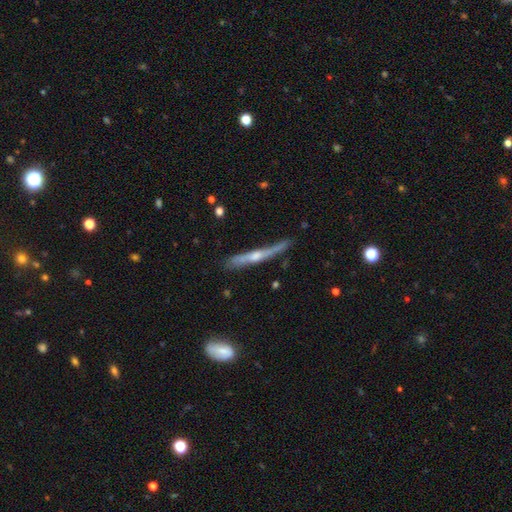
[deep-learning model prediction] A featured or disk galaxy (69%) viewed edge-on (94%) with a rounded central bulge (73%).

Vote fractions:
- Smooth or featured? featured or disk: 69% / smooth: 25% / star or artifact: 6%
- Edge-on disk? yes: 94% / no: 6%
- Edge-on bulge? rounded: 73% / none: 20% / boxy: 8%
- Merging? none: 67% / minor disturbance: 24% / major disturbance: 6% / merger: 3%